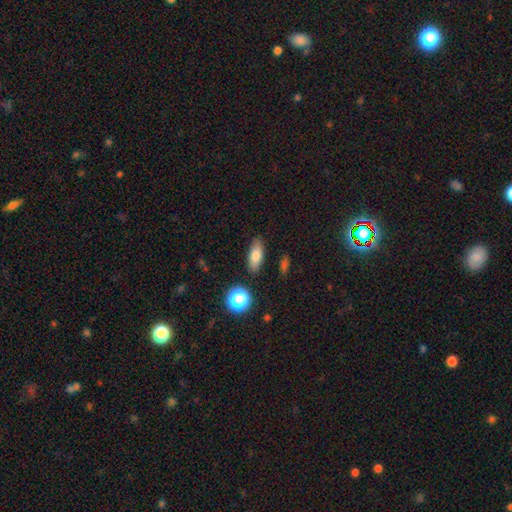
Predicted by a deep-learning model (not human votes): Morphology: type=smooth (78%); roundness=in between (74%); merging=none (86%).